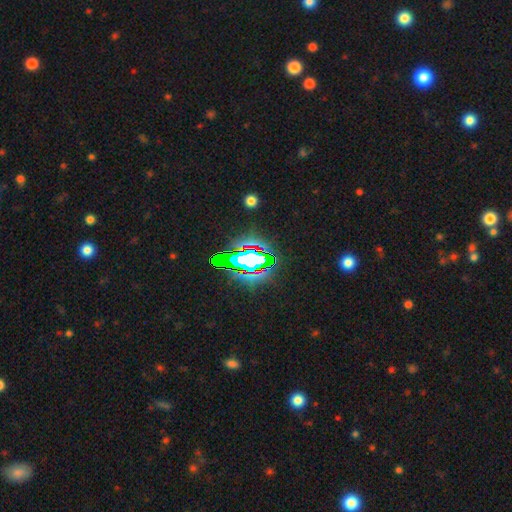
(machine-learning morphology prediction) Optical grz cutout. It shows a star or artifact, not a galaxy (67%).